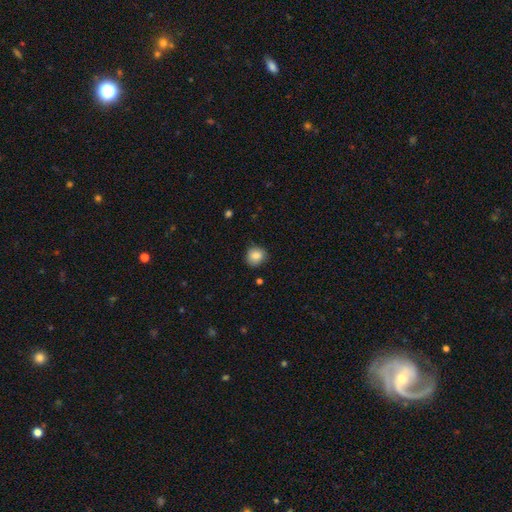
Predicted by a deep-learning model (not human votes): smooth_or_featured: smooth (p=0.85) [alt: star or artifact p=0.09]
how_rounded: round (p=0.80) [alt: in between p=0.19]
merging: none (p=0.75) [alt: minor disturbance p=0.20]